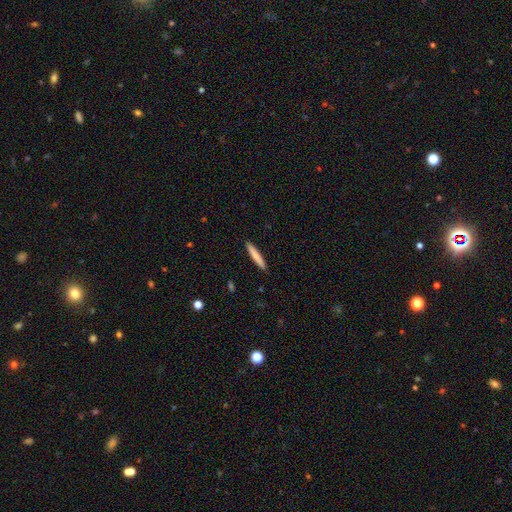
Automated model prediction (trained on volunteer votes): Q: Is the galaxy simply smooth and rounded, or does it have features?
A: smooth — 79%.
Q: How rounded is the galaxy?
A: cigar-shaped — 95%.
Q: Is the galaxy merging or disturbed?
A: none — 92%.